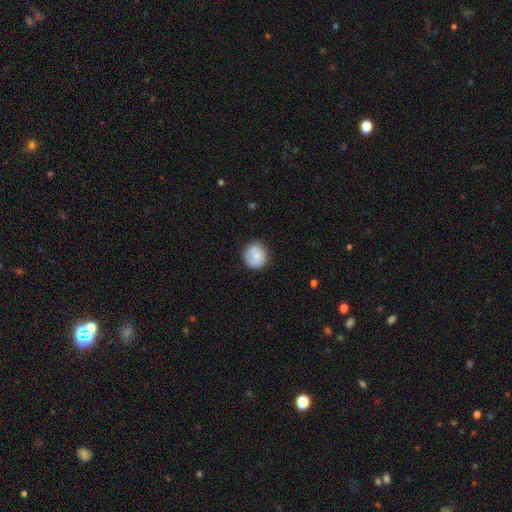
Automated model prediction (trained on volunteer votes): smooth_or_featured: smooth (p=0.73) [alt: featured or disk p=0.20]
how_rounded: round (p=0.85) [alt: in between p=0.14]
merging: none (p=0.72) [alt: minor disturbance p=0.19]